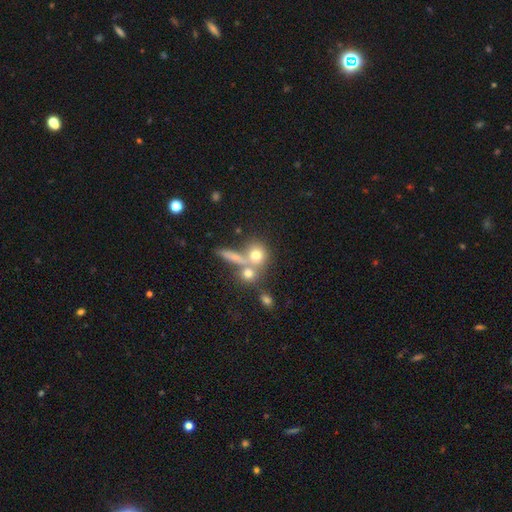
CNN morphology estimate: A smooth galaxy with no disk features (68%) that is round (74%).

Vote fractions:
- Smooth or featured? smooth: 68% / featured or disk: 19% / star or artifact: 13%
- How rounded? round: 74% / in between: 20% / cigar-shaped: 6%
- Merging? none: 43% / merger: 40% / minor disturbance: 9% / major disturbance: 7%